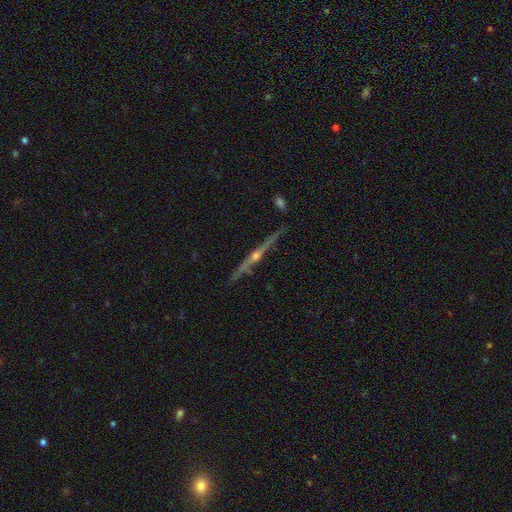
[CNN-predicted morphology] smooth-or-featured: featured or disk: 86% | smooth: 8% | star or artifact: 6%
  disk-edge-on: yes: 98% | no: 2%
    edge-on-bulge: rounded: 91% | none: 6% | boxy: 4%
  merging: none: 87% | minor disturbance: 9% | merger: 2% | major disturbance: 2%